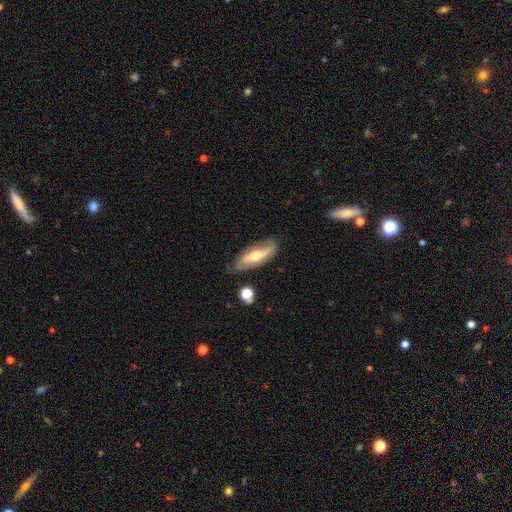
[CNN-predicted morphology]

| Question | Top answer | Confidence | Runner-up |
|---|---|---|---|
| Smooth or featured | featured or disk | 65% | smooth (28%) |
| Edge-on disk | no | 75% | yes (25%) |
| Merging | none | 74% | minor disturbance (18%) |